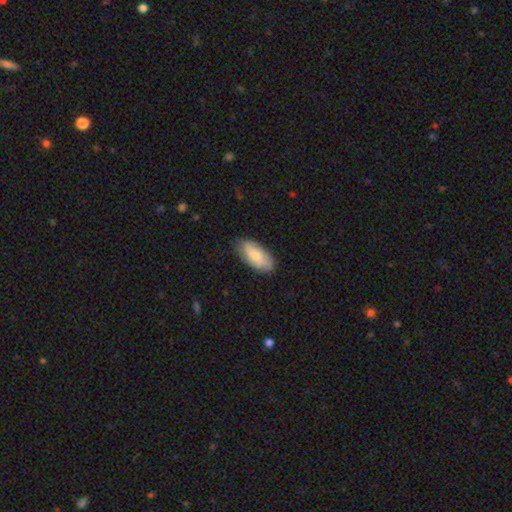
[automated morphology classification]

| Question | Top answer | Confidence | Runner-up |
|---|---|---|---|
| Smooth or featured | smooth | 75% | featured or disk (19%) |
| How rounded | in between | 89% | cigar-shaped (9%) |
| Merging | none | 81% | minor disturbance (15%) |